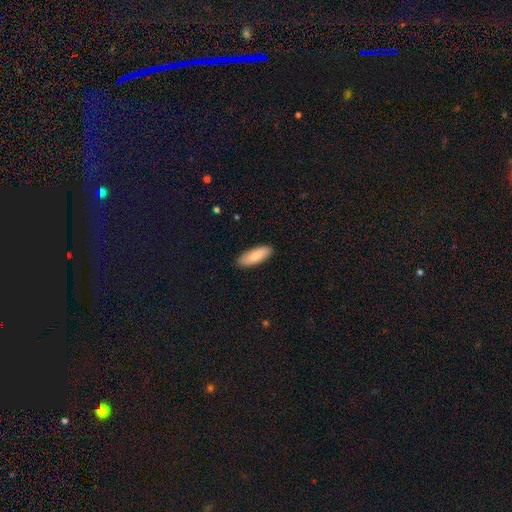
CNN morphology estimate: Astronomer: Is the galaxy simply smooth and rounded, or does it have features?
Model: smooth — 85%.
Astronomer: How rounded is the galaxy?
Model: in between — 65%.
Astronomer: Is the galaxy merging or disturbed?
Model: none — 90%.